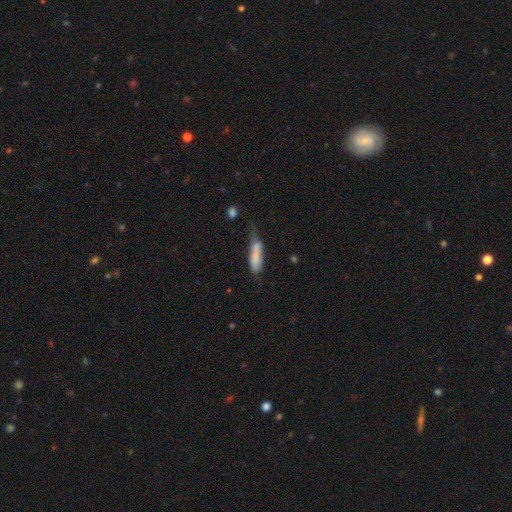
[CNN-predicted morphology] Smooth or featured? Predicted: smooth (p=0.74). How rounded? Predicted: cigar-shaped (p=0.66). Merging? Predicted: minor disturbance (p=0.35).